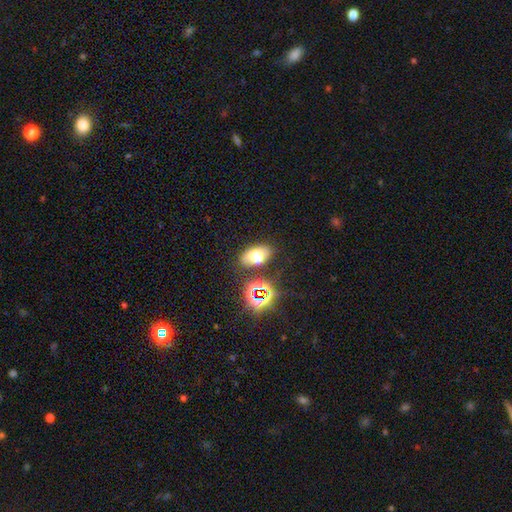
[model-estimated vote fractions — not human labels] A smooth galaxy with no disk features (59%) that is in between round and cigar-shaped (86%).

Vote fractions:
- Smooth or featured? smooth: 59% / star or artifact: 23% / featured or disk: 18%
- How rounded? in between: 86% / round: 11% / cigar-shaped: 3%
- Merging? none: 68% / minor disturbance: 14% / merger: 13% / major disturbance: 5%